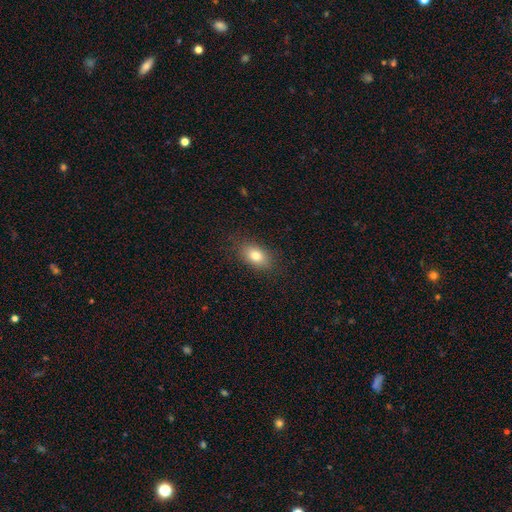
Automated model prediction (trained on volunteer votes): This is likely a smooth galaxy (80%). How rounded: clearly in between (85%). Merging: clearly none (85%).